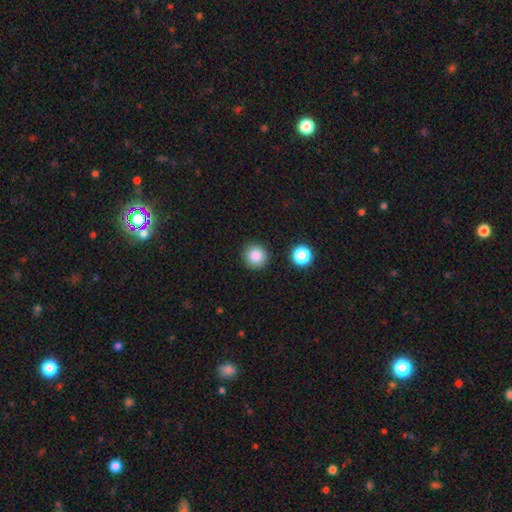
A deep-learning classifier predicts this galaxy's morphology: smooth-or-featured: smooth: 85% | star or artifact: 10% | featured or disk: 5%
  how-rounded: round: 94% | in between: 5% | cigar-shaped: 1%
  merging: none: 90% | minor disturbance: 6% | merger: 2% | major disturbance: 2%